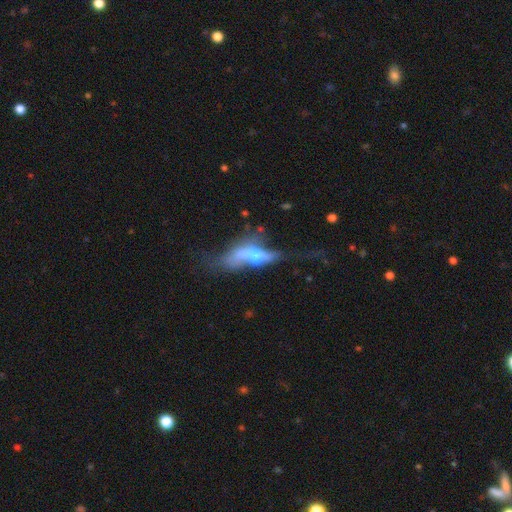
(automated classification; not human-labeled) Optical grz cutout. It shows a featured or disk galaxy (56%). Merging: major disturbance (41%).